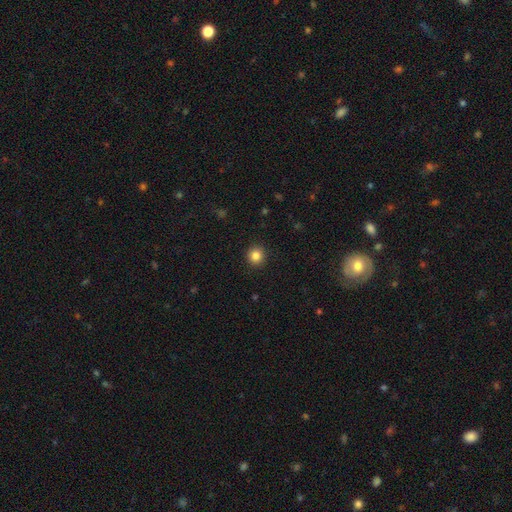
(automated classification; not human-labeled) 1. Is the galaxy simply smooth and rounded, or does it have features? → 84% smooth, 11% star or artifact, 5% featured or disk.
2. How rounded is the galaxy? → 94% round, 5% in between, 1% cigar-shaped.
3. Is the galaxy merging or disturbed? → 92% none, 5% minor disturbance, 2% major disturbance, 1% merger.